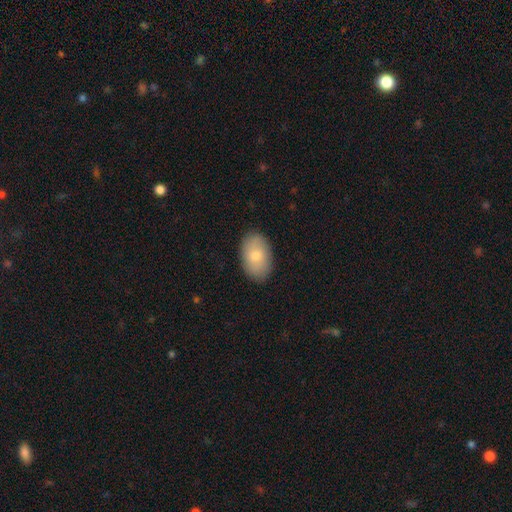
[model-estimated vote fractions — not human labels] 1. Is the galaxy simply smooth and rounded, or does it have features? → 77% smooth, 16% featured or disk, 7% star or artifact.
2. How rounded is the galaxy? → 90% in between, 9% round, 1% cigar-shaped.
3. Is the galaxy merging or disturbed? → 87% none, 10% minor disturbance, 2% major disturbance, 1% merger.